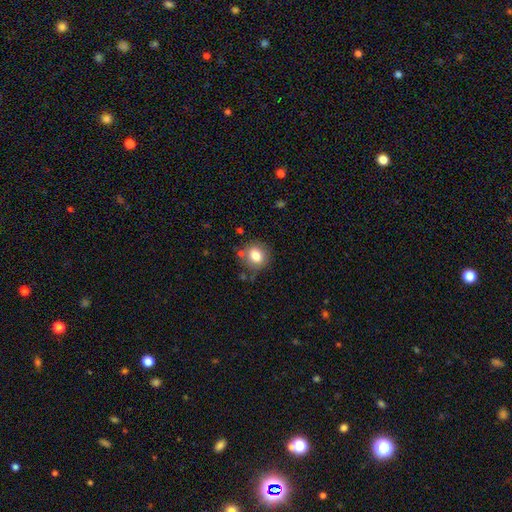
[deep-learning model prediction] The model was most divided on "how rounded": round: 75%, in between: 24%, cigar-shaped: 1%. More confident: smooth or featured — smooth (81%); merging — none (74%).